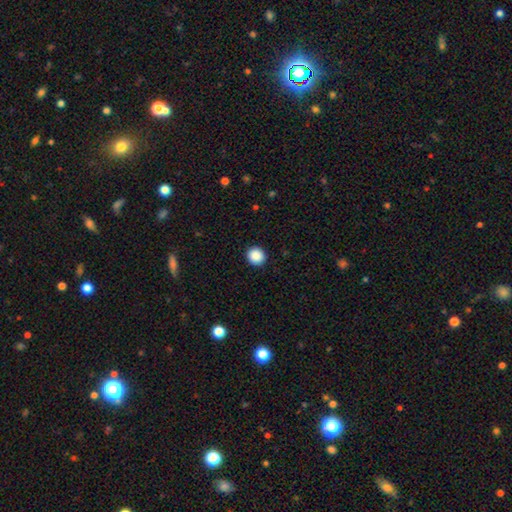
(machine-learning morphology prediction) This is clearly a smooth galaxy (89%). How rounded: clearly round (92%). Merging: clearly none (93%).